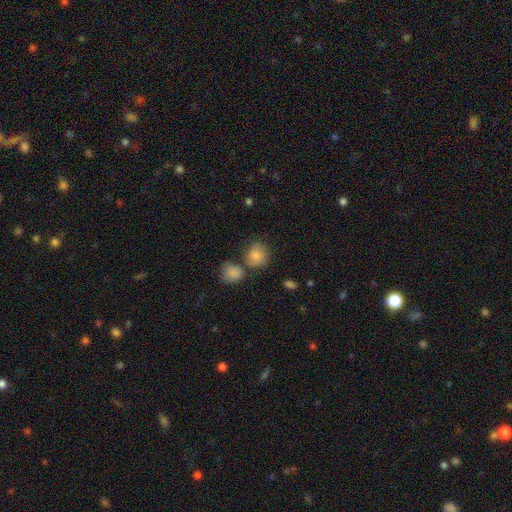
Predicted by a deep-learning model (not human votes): A smooth galaxy with no disk features (79%) that is round (81%). Merging: none (61%).